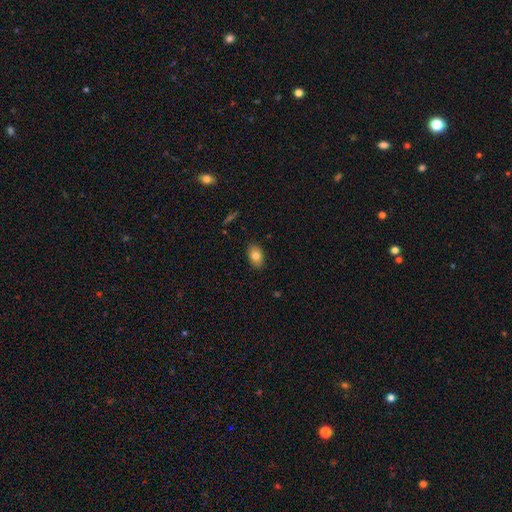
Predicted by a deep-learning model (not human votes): A smooth galaxy with no disk features (81%) that is in between round and cigar-shaped (83%).

Vote fractions:
- Smooth or featured? smooth: 81% / featured or disk: 11% / star or artifact: 8%
- How rounded? in between: 83% / round: 15% / cigar-shaped: 1%
- Merging? none: 87% / minor disturbance: 10% / major disturbance: 2% / merger: 1%